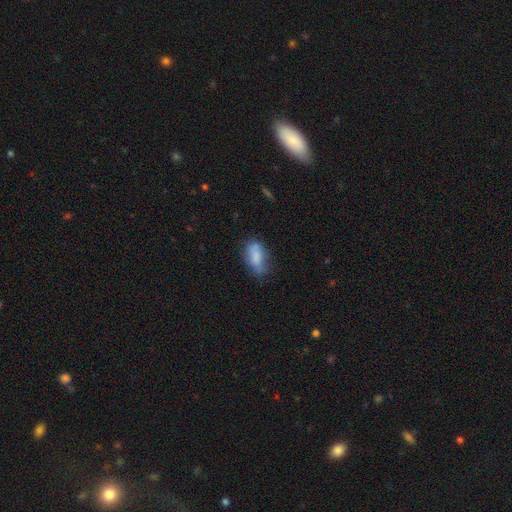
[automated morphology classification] Q: Smooth or featured?
A: smooth (75%); runner-up: featured or disk (17%)
Q: How rounded?
A: in between (84%); runner-up: cigar-shaped (12%)
Q: Merging?
A: none (51%); runner-up: minor disturbance (32%)